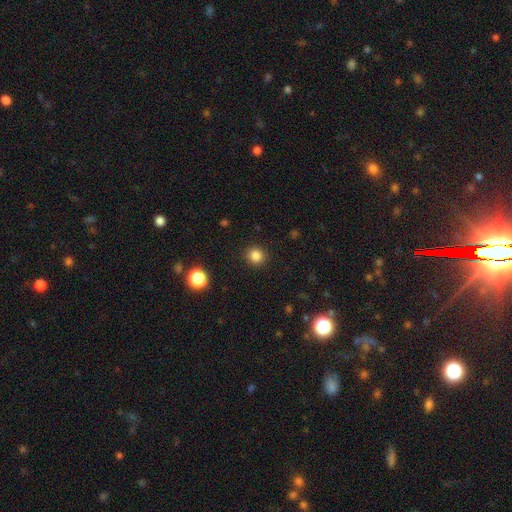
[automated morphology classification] This is clearly a smooth galaxy (84%). How rounded: clearly round (92%). Merging: clearly none (91%).